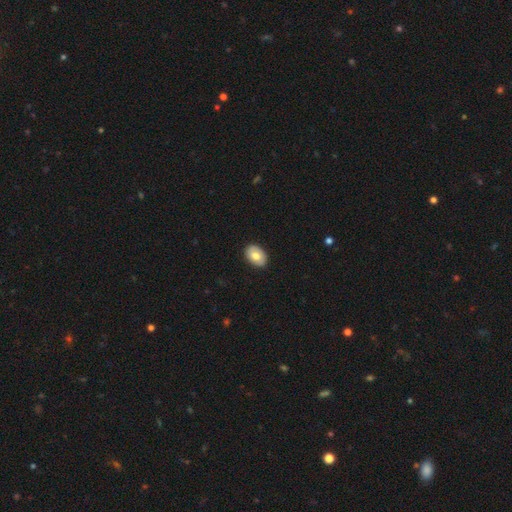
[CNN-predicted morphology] smooth_or_featured: smooth (p=0.75) [alt: featured or disk p=0.19]
how_rounded: in between (p=0.85) [alt: round p=0.14]
merging: none (p=0.89) [alt: minor disturbance p=0.09]